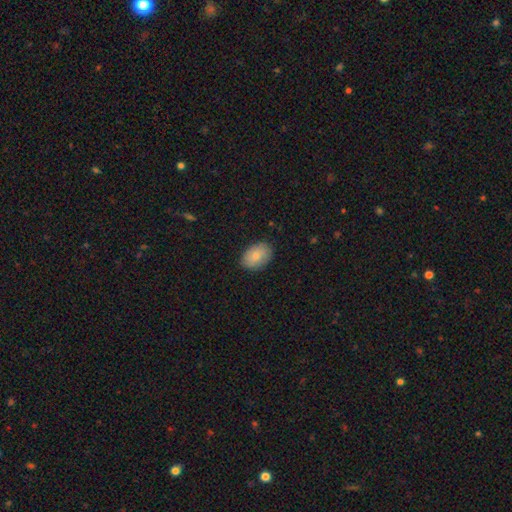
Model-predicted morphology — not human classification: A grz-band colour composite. It shows a smooth galaxy with no disk features (83%) that is in between round and cigar-shaped (83%). Merging: none (86%).